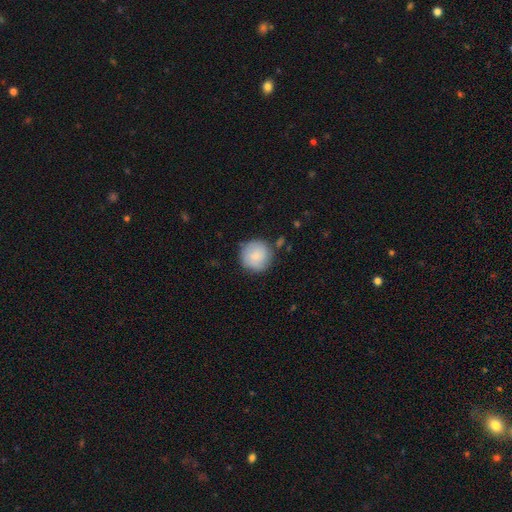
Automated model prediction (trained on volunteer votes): smooth 83%, featured or disk 11%, star or artifact 6%. Down the decision tree: how rounded — round (94%); merging — none (80%).